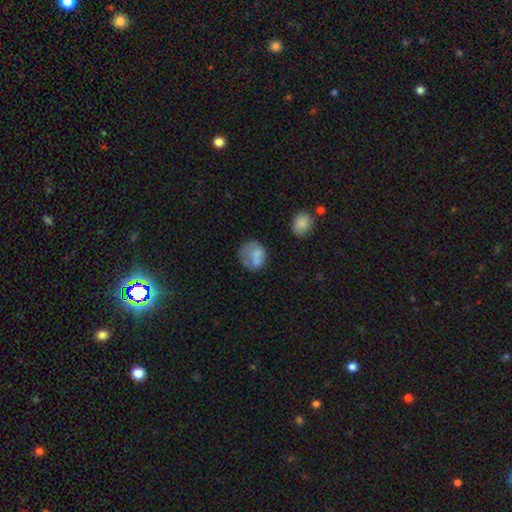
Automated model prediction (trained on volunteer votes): smooth-or-featured: smooth: 68% | featured or disk: 23% | star or artifact: 9%
  how-rounded: round: 75% | in between: 24% | cigar-shaped: 1%
  merging: none: 49% | minor disturbance: 25% | major disturbance: 18% | merger: 7%